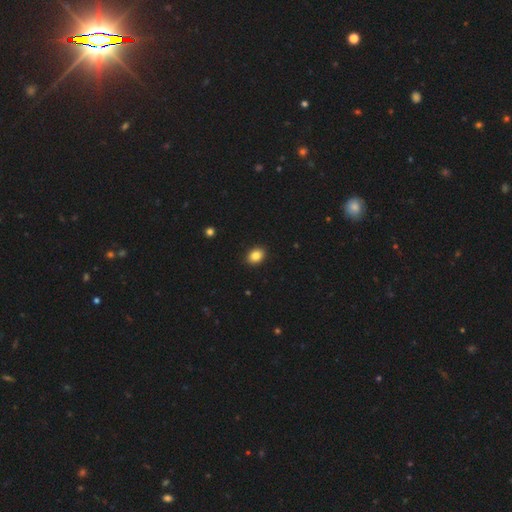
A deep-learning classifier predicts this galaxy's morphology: Smooth or featured? Predicted: smooth (p=0.86). How rounded? Predicted: in between (p=0.67). Merging? Predicted: none (p=0.91).